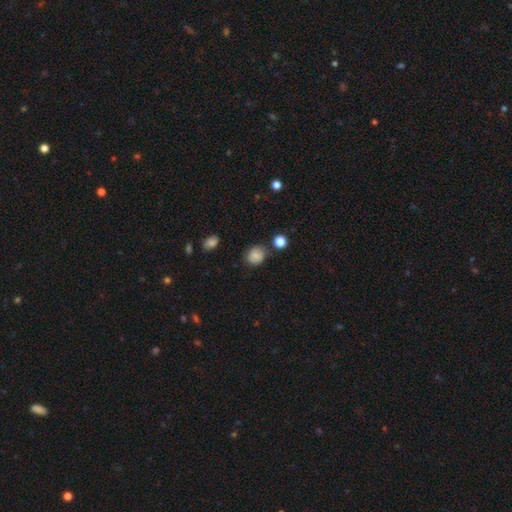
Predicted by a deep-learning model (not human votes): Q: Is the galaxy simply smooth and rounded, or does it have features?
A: smooth — 85%.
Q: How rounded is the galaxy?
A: round — 69%.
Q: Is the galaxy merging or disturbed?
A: none — 75%.